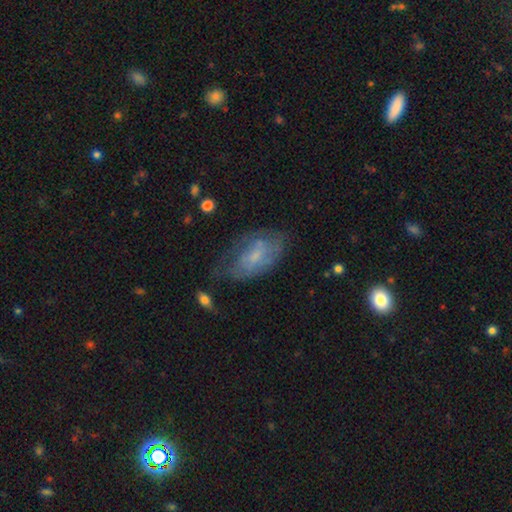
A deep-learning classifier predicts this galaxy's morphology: type=featured or disk (50%); edge-on=no (93%); merging=none (50%).